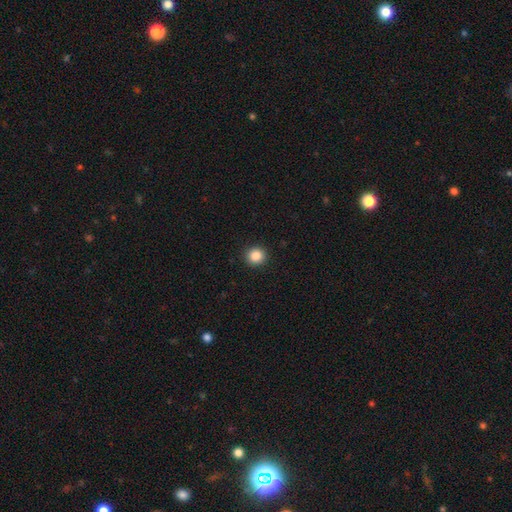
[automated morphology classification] type=smooth (86%); roundness=round (90%); merging=none (93%).